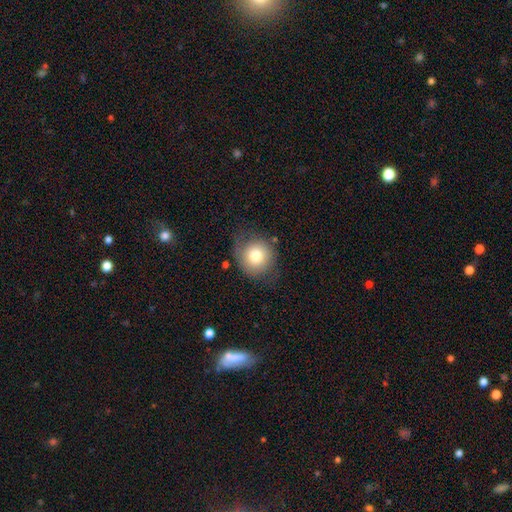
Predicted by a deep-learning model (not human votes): Smooth or featured?
  - smooth: 73% *
  - featured or disk: 18%
  - star or artifact: 8%
How rounded?
  - round: 85% *
  - in between: 14%
  - cigar-shaped: 1%
Merging?
  - none: 64% *
  - minor disturbance: 23%
  - major disturbance: 10%
  - merger: 2%